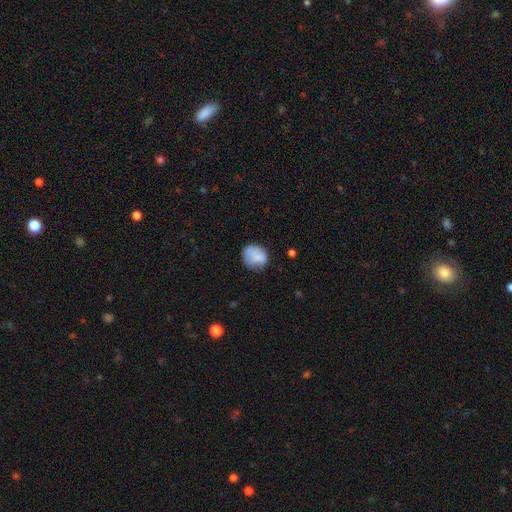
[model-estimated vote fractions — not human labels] Morphology: type=smooth (81%); roundness=round (74%); merging=none (64%).